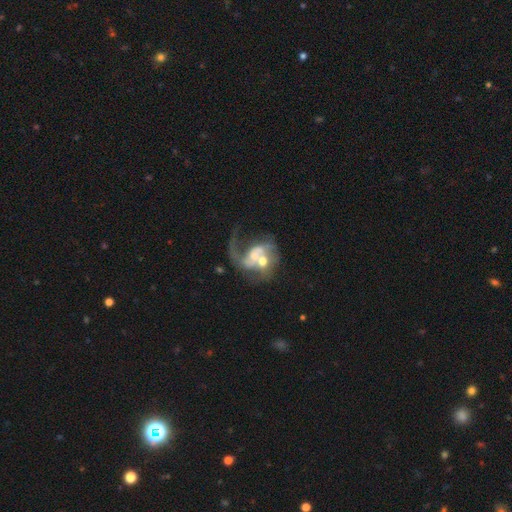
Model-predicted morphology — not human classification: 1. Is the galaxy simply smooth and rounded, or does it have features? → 72% featured or disk, 20% smooth, 8% star or artifact.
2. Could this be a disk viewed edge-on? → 98% no, 2% yes.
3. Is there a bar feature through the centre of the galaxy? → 65% no, 28% weak, 7% strong.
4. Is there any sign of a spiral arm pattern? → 76% yes, 24% no.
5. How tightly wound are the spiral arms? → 61% loose, 29% medium, 10% tight.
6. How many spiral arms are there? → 61% 1, 24% 2, 10% can't tell, 3% 3, 1% 4, 1% more than 4.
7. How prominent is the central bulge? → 51% moderate, 24% small, 13% large, 8% none, 3% dominant.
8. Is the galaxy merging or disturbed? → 52% merger, 26% major disturbance, 15% none, 7% minor disturbance.